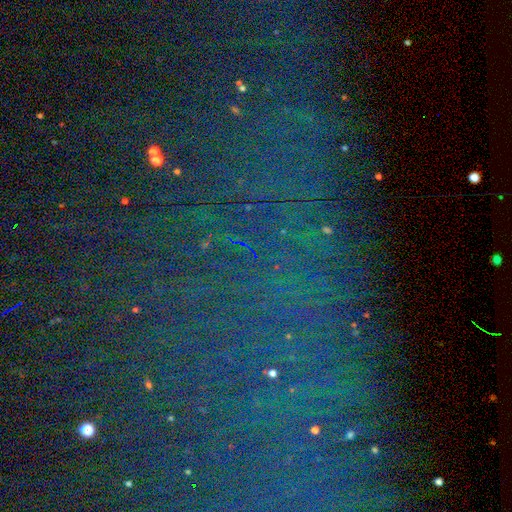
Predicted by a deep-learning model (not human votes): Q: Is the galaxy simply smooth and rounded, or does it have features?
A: star or artifact — 81%.